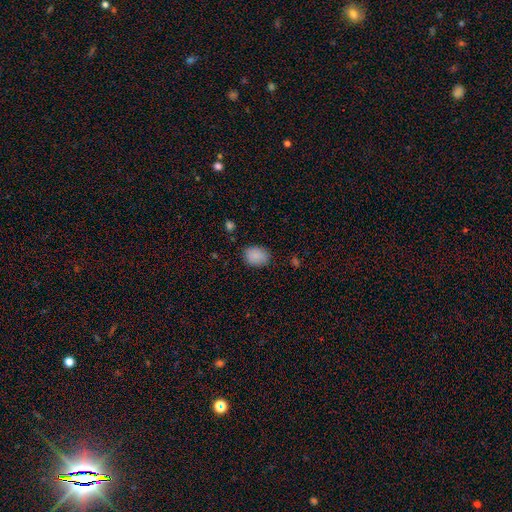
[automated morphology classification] Smooth or featured?
  - smooth: 88% *
  - star or artifact: 8%
  - featured or disk: 4%
How rounded?
  - in between: 65% *
  - round: 34%
  - cigar-shaped: 1%
Merging?
  - none: 84% *
  - minor disturbance: 12%
  - major disturbance: 3%
  - merger: 1%